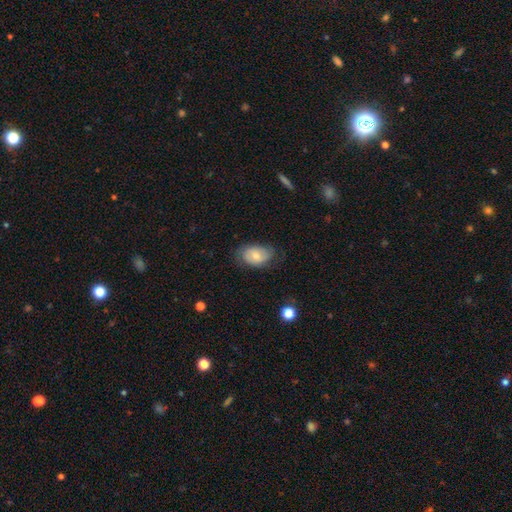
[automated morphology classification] Smooth or featured?
  - smooth: 63% *
  - featured or disk: 29%
  - star or artifact: 7%
How rounded?
  - in between: 86% *
  - round: 13%
  - cigar-shaped: 1%
Merging?
  - none: 66% *
  - minor disturbance: 26%
  - major disturbance: 8%
  - merger: 1%